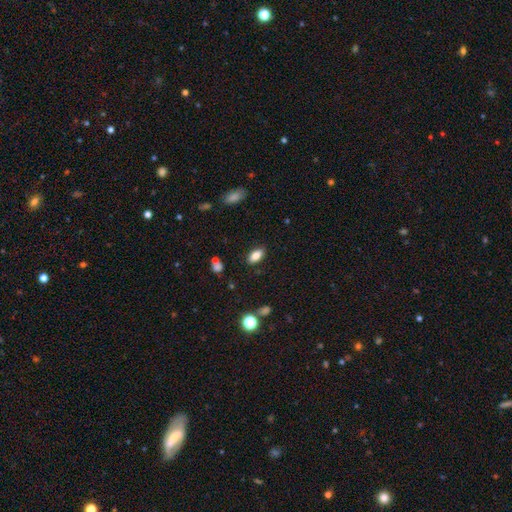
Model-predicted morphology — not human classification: A smooth galaxy with no disk features (82%) that is in between round and cigar-shaped (89%). Merging: none (85%).